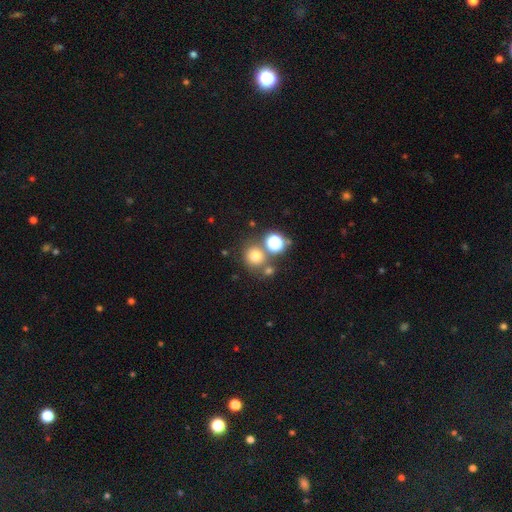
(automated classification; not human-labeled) Smooth or featured: smooth — 72% (star or artifact — 19%)
How rounded: round — 89% (in between — 10%)
Merging: none — 67% (merger — 19%)